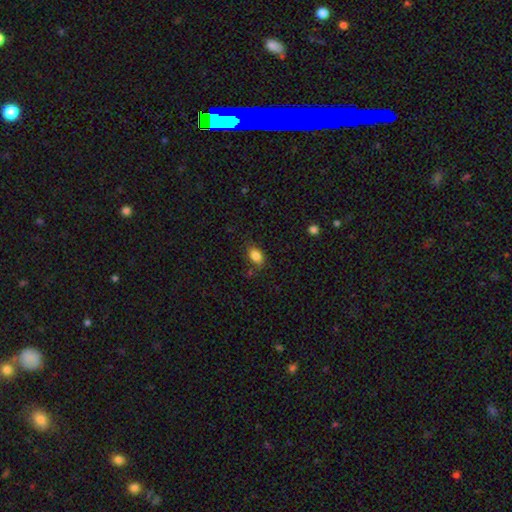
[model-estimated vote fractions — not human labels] Q: Smooth or featured?
A: smooth (85%); runner-up: star or artifact (9%)
Q: How rounded?
A: in between (83%); runner-up: round (15%)
Q: Merging?
A: none (75%); runner-up: minor disturbance (17%)